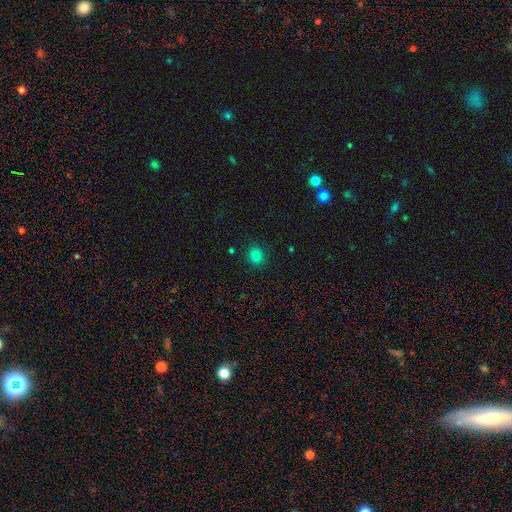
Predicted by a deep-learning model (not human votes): smooth 82%, star or artifact 15%, featured or disk 4%. Down the decision tree: how rounded — round (55%); merging — none (88%).